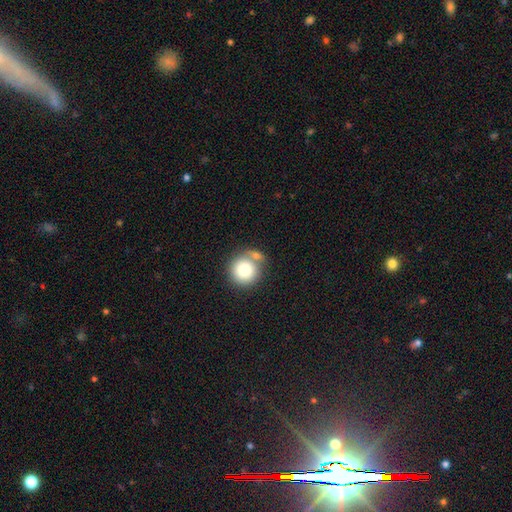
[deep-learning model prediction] smooth 80%, featured or disk 11%, star or artifact 9%. Down the decision tree: how rounded — round (89%); merging — none (54%).